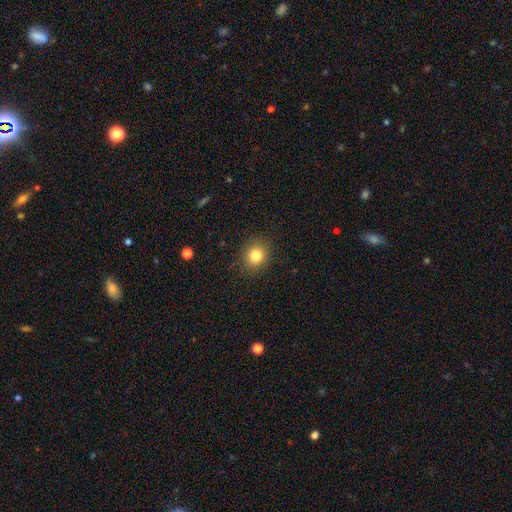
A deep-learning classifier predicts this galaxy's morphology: A smooth galaxy with no disk features (82%) that is round (83%). Merging: none (90%).